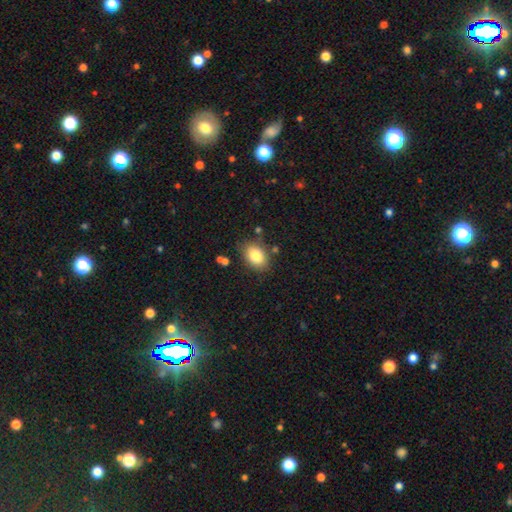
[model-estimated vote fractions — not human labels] Morphology: type=smooth (83%); roundness=in between (81%); merging=none (80%).